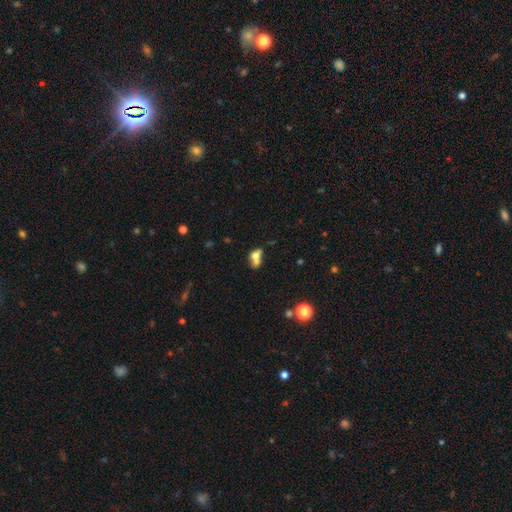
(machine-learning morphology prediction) Smooth or featured?
  - smooth: 64% *
  - featured or disk: 24%
  - star or artifact: 12%
How rounded?
  - in between: 54% *
  - round: 43%
  - cigar-shaped: 3%
Merging?
  - merger: 65% *
  - none: 22%
  - minor disturbance: 8%
  - major disturbance: 5%